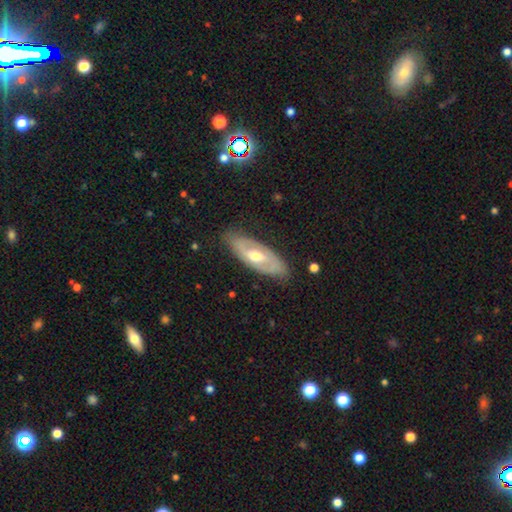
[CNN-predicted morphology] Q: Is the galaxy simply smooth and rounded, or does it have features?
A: featured or disk — 66%.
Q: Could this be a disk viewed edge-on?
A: no — 79%.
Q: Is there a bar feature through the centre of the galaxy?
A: no — 58%.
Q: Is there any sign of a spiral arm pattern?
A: yes — 50%, tied with no.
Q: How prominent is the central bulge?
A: moderate — 71%.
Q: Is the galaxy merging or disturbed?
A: none — 84%.